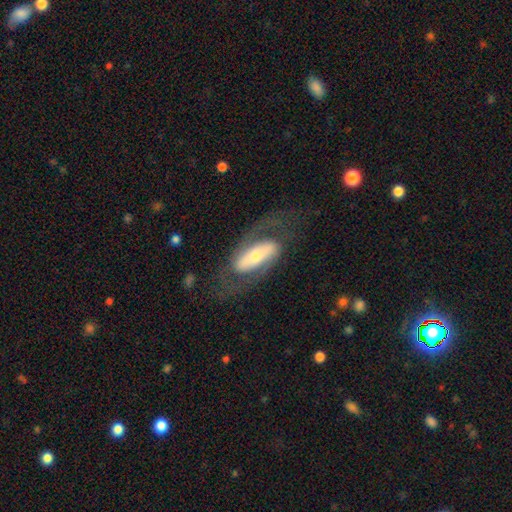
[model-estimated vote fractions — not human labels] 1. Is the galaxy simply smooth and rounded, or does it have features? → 72% featured or disk, 23% smooth, 6% star or artifact.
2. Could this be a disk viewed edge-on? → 89% no, 11% yes.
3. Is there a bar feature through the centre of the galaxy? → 46% strong, 29% no, 25% weak.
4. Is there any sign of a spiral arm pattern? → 79% yes, 21% no.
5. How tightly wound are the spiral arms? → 46% medium, 32% loose, 22% tight.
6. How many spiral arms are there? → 85% 2, 8% can't tell, 4% 1, 1% 3, 1% 4, 1% more than 4.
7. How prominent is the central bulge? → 49% moderate, 37% small, 10% large, 2% dominant, 2% none.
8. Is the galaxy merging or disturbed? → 66% none, 17% major disturbance, 15% minor disturbance, 2% merger.